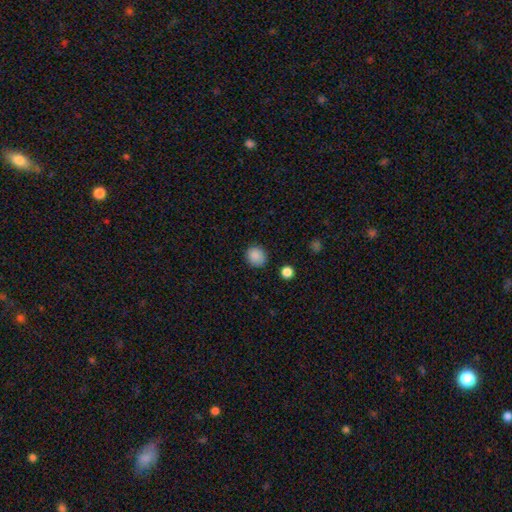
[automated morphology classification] This appears to be a smooth galaxy with no disk features (87%) that is round (78%). Merging: none (86%).